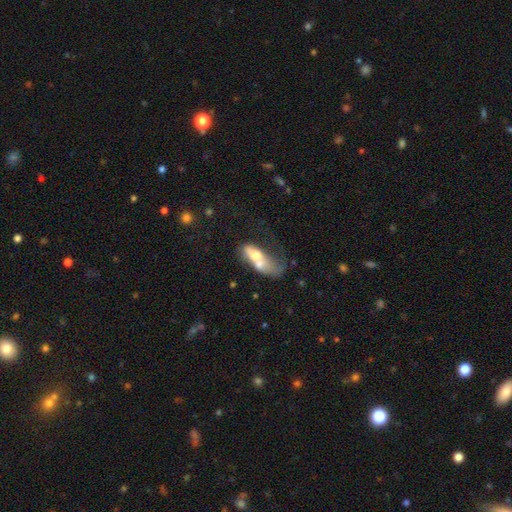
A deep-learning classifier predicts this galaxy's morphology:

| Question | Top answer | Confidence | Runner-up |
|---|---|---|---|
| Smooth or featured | smooth | 56% | featured or disk (36%) |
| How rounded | in between | 72% | cigar-shaped (19%) |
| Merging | merger | 57% | major disturbance (21%) |